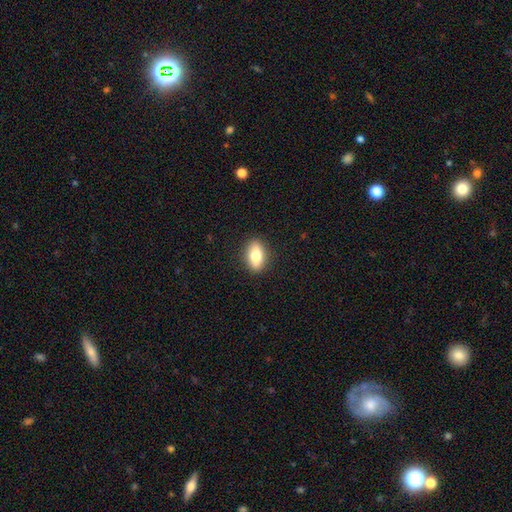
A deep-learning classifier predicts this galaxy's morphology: The model was most divided on "smooth or featured": smooth: 75%, featured or disk: 18%, star or artifact: 7%. More confident: merging — none (89%); how rounded — in between (83%).